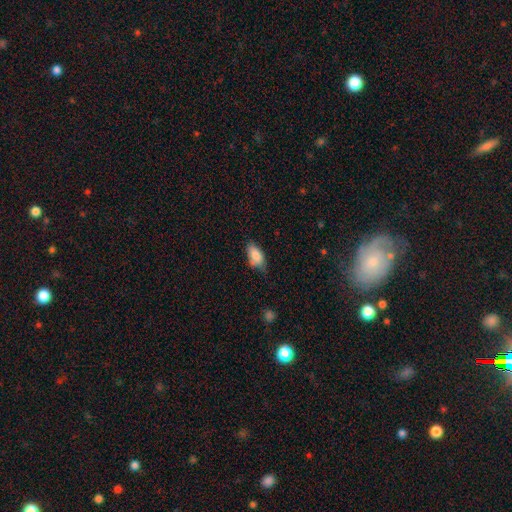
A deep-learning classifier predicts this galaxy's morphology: The model was most divided on "merging": none: 60%, minor disturbance: 29%, major disturbance: 5%, merger: 5%. More confident: how rounded — in between (90%); smooth or featured — smooth (83%).